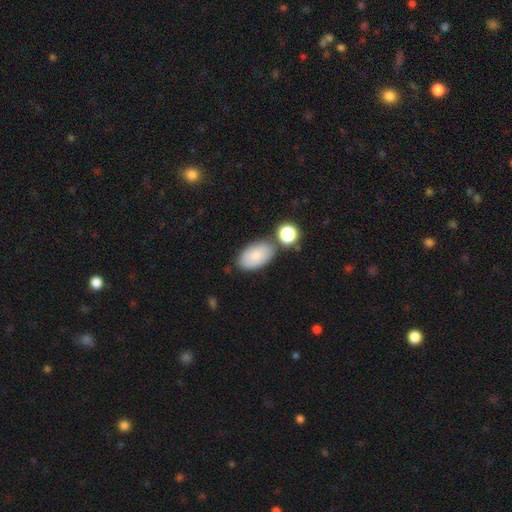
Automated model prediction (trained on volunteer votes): The model was most divided on "merging": none: 71%, minor disturbance: 15%, merger: 11%, major disturbance: 4%. More confident: how rounded — in between (94%); smooth or featured — smooth (82%).